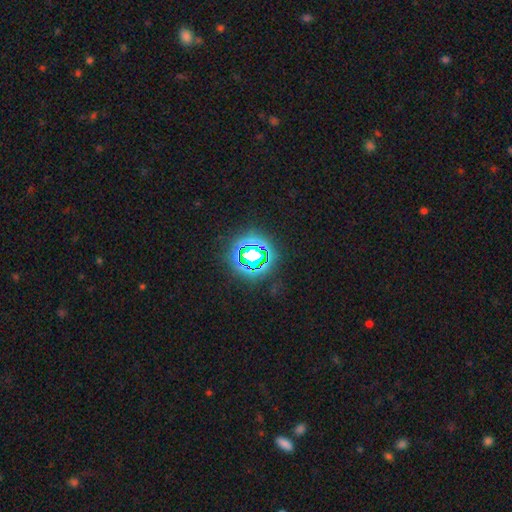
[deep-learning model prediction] Smooth or featured?
  - star or artifact: 69% *
  - smooth: 19%
  - featured or disk: 12%